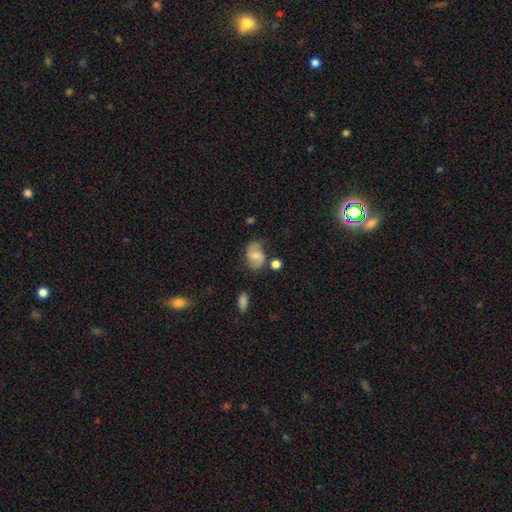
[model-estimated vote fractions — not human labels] Morphology: type=smooth (48%); merging=none (65%).